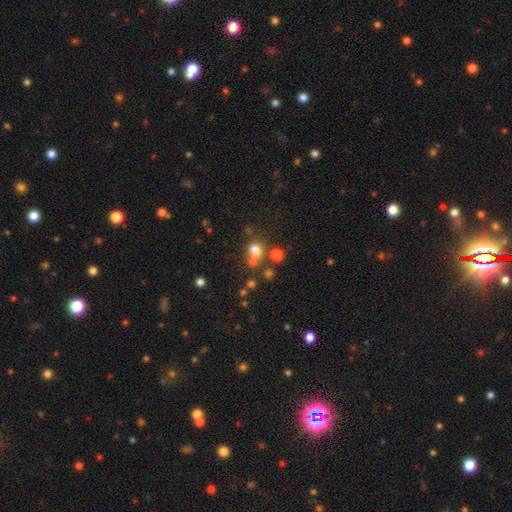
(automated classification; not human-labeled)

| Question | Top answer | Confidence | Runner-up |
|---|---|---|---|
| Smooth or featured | smooth | 58% | star or artifact (31%) |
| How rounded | round | 84% | in between (14%) |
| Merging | none | 62% | merger (25%) |